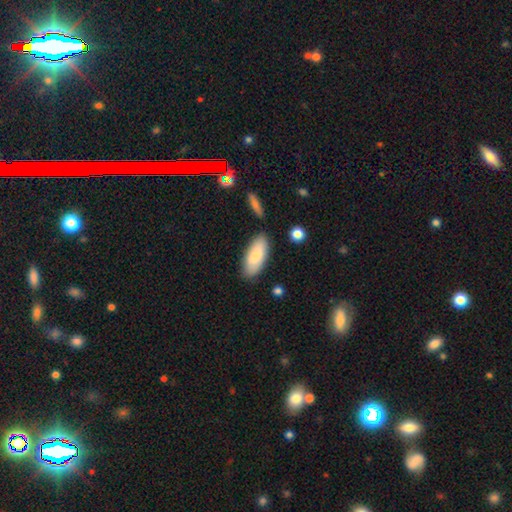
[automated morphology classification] This is clearly a smooth galaxy (83%). How rounded: clearly in between (80%). Merging: clearly none (81%).